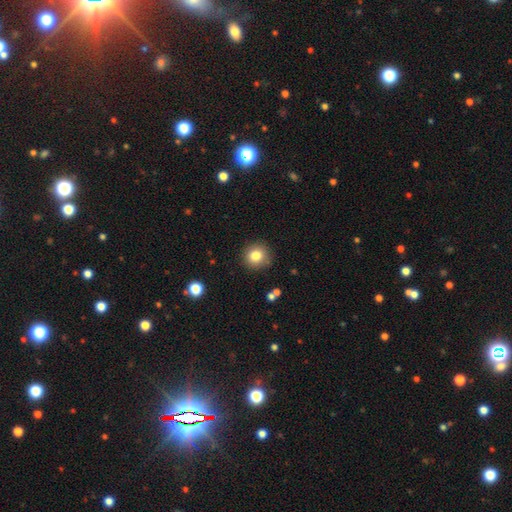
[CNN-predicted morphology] smooth-or-featured: smooth: 82% | star or artifact: 11% | featured or disk: 8%
  how-rounded: round: 91% | in between: 8% | cigar-shaped: 1%
  merging: none: 88% | minor disturbance: 8% | major disturbance: 2% | merger: 2%